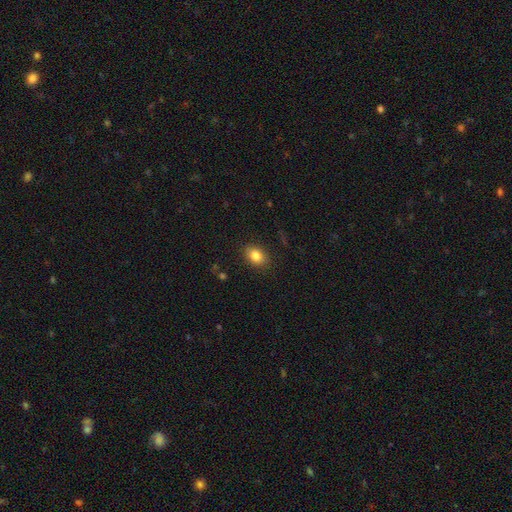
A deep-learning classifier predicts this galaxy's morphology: Smooth or featured: smooth — 84% (star or artifact — 9%)
How rounded: in between — 75% (round — 24%)
Merging: none — 86% (minor disturbance — 10%)